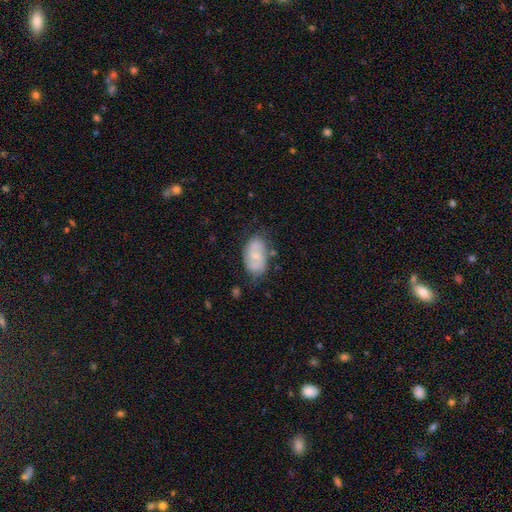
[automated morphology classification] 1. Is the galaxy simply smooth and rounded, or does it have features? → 55% featured or disk, 38% smooth, 7% star or artifact.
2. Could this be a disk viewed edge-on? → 96% no, 4% yes.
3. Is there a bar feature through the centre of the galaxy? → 61% no, 33% weak, 6% strong.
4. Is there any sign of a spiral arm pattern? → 83% yes, 17% no.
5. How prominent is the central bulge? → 61% small, 30% moderate, 6% none, 1% large, 1% dominant.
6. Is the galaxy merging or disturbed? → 63% none, 26% minor disturbance, 7% major disturbance, 4% merger.